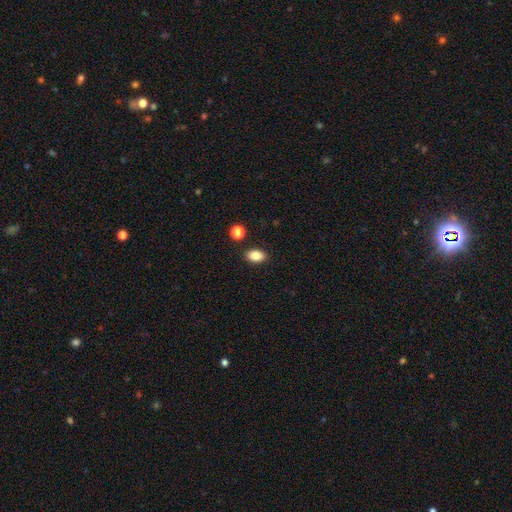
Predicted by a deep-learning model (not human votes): Smooth or featured: smooth — 85% (star or artifact — 9%)
How rounded: in between — 86% (round — 12%)
Merging: none — 86% (minor disturbance — 8%)